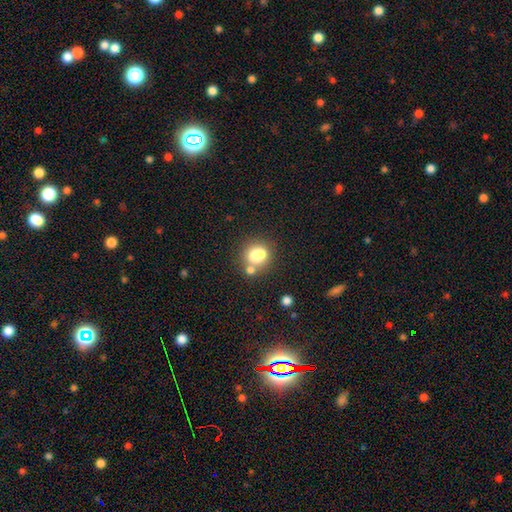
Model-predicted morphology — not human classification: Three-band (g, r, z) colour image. It shows a smooth galaxy with no disk features (70%) that is round (72%). Merging: none (46%).